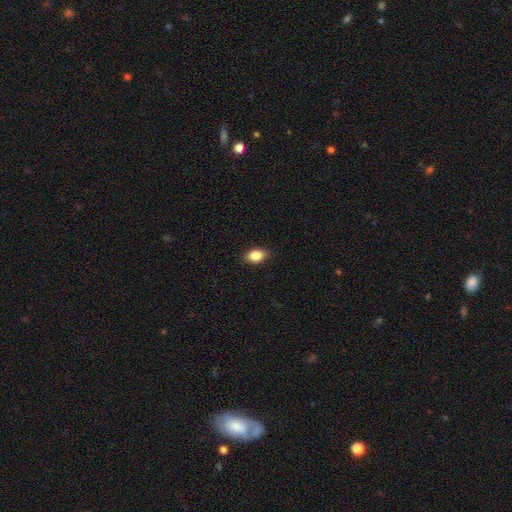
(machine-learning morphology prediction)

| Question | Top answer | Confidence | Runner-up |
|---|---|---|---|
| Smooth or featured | smooth | 86% | star or artifact (8%) |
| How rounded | in between | 84% | round (14%) |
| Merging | none | 87% | minor disturbance (10%) |